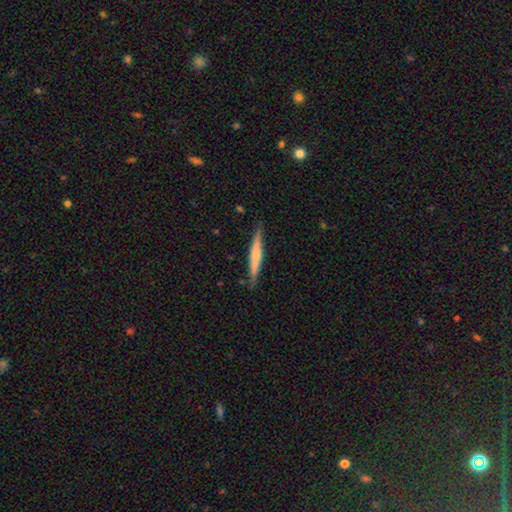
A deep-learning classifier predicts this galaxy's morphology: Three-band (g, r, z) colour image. It shows a smooth galaxy with no disk features (49%). Merging: none (87%).